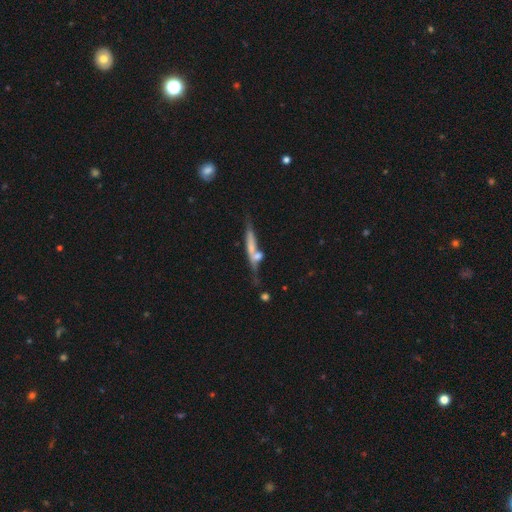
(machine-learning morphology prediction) A smooth galaxy with no disk features (46%).

Vote fractions:
- Smooth or featured? smooth: 46% / featured or disk: 45% / star or artifact: 9%
- Merging? none: 38% / merger: 37% / minor disturbance: 15% / major disturbance: 10%